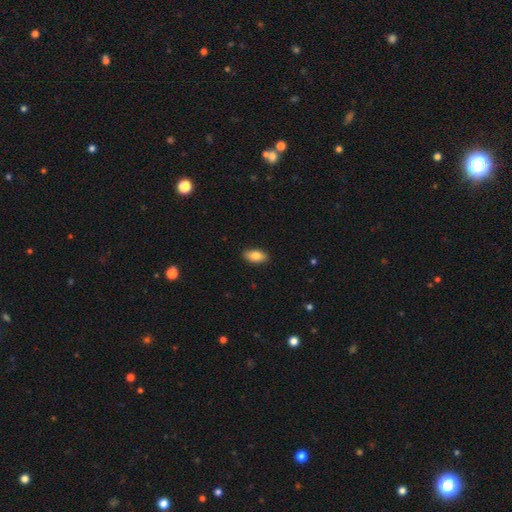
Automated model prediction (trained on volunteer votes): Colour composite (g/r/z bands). It shows a smooth galaxy with no disk features (83%) that is in between round and cigar-shaped (91%). Merging: none (89%).